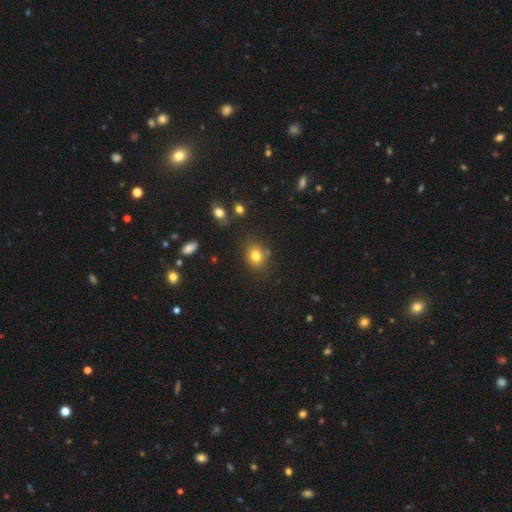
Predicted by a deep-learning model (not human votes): Smooth or featured? smooth (79%)
How rounded? round (57%)
Merging? none (77%)